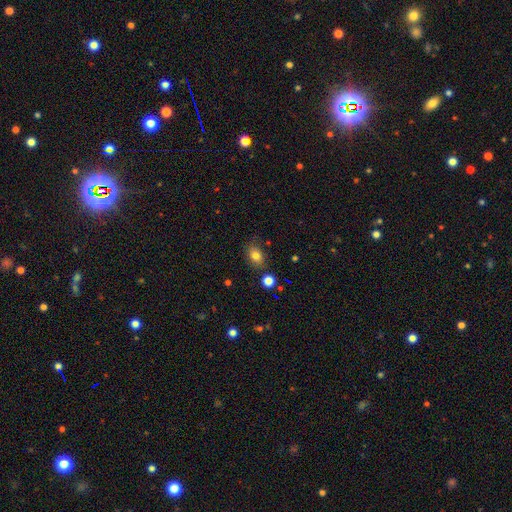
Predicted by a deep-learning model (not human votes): A smooth galaxy with no disk features (81%) that is in between round and cigar-shaped (68%).

Vote fractions:
- Smooth or featured? smooth: 81% / star or artifact: 12% / featured or disk: 8%
- How rounded? in between: 68% / round: 30% / cigar-shaped: 1%
- Merging? none: 77% / minor disturbance: 15% / merger: 5% / major disturbance: 4%